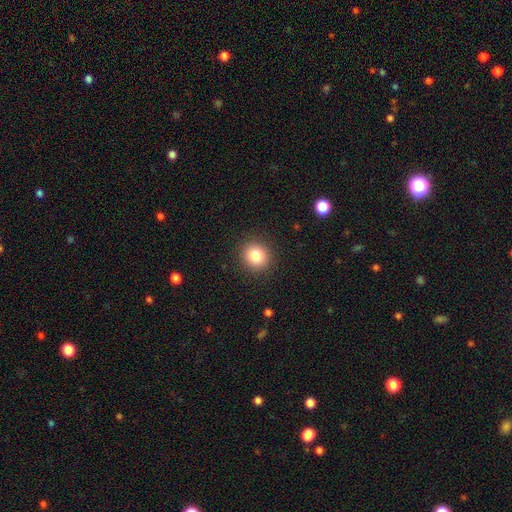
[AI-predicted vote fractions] Smooth or featured: smooth — 83% (star or artifact — 11%)
How rounded: round — 88% (in between — 11%)
Merging: none — 91% (minor disturbance — 6%)